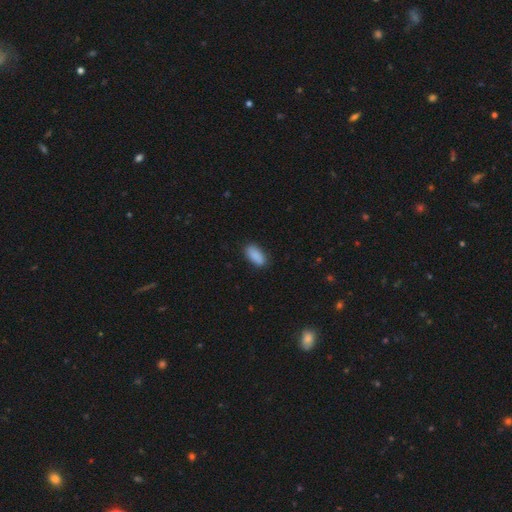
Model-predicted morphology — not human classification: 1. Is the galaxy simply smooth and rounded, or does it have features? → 90% smooth, 7% star or artifact, 3% featured or disk.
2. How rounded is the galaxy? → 90% in between, 7% cigar-shaped, 2% round.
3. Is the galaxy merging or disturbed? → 85% none, 11% minor disturbance, 2% major disturbance, 1% merger.